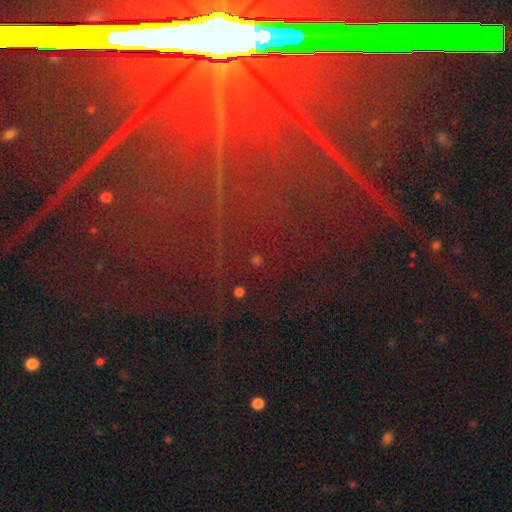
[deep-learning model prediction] Overall: star or artifact (85%).